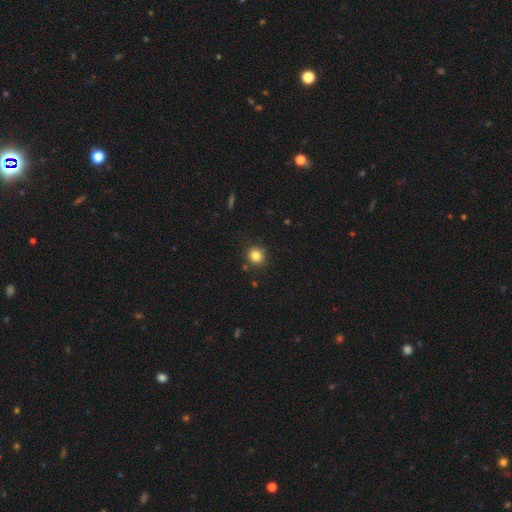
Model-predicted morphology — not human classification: The model was most divided on "how rounded": round: 85%, in between: 14%, cigar-shaped: 1%. More confident: merging — none (83%); smooth or featured — smooth (83%).